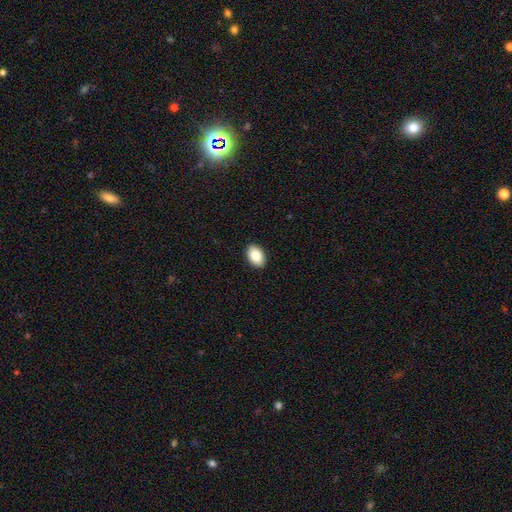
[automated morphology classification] Q: Smooth or featured?
A: smooth (86%); runner-up: star or artifact (7%)
Q: How rounded?
A: in between (89%); runner-up: round (10%)
Q: Merging?
A: none (91%); runner-up: minor disturbance (7%)